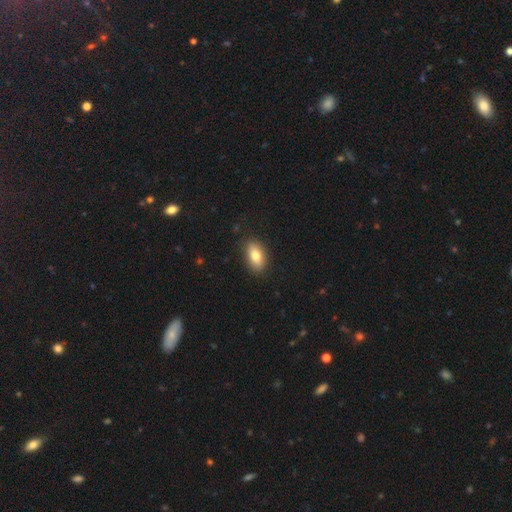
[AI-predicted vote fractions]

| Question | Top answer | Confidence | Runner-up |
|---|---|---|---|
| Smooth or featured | smooth | 80% | featured or disk (13%) |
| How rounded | in between | 89% | cigar-shaped (6%) |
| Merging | none | 86% | minor disturbance (10%) |